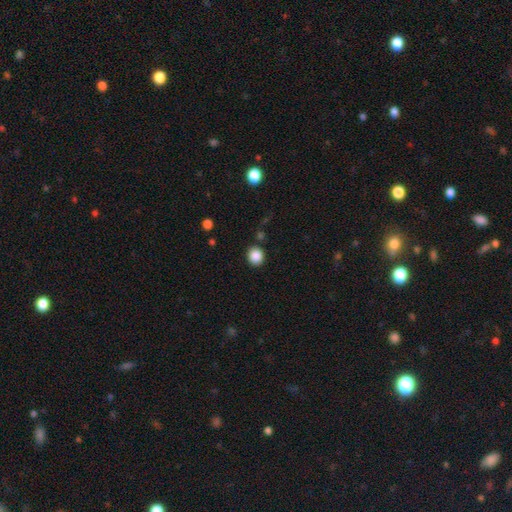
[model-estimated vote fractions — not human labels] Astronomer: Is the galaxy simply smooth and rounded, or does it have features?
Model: smooth — 87%.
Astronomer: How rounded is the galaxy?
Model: round — 82%.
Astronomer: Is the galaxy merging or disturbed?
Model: none — 87%.